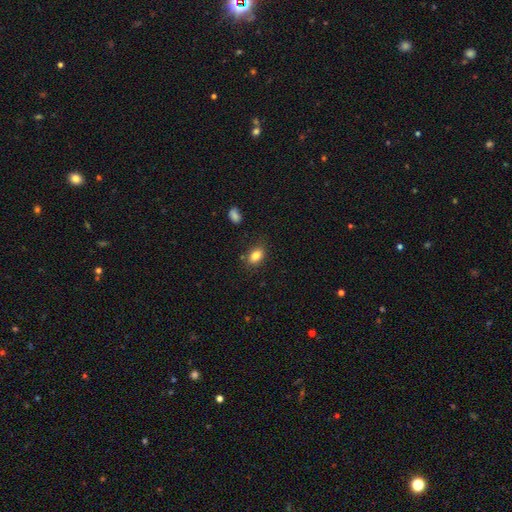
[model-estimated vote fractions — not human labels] The model was most divided on "how rounded": in between: 81%, round: 17%, cigar-shaped: 2%. More confident: smooth or featured — smooth (83%); merging — none (80%).